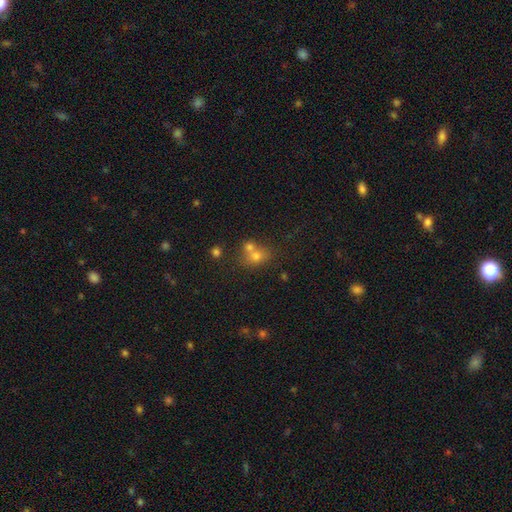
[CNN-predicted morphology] smooth_or_featured: smooth (p=0.63) [alt: star or artifact p=0.20]
how_rounded: round (p=0.67) [alt: in between p=0.32]
merging: merger (p=0.46) [alt: none p=0.42]